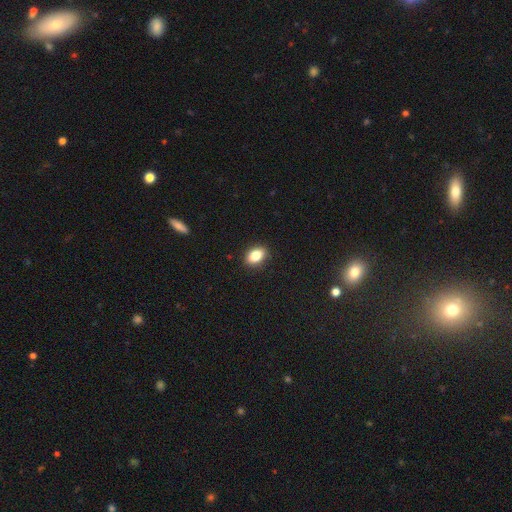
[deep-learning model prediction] Smooth or featured? smooth (84%)
How rounded? in between (83%)
Merging? none (89%)